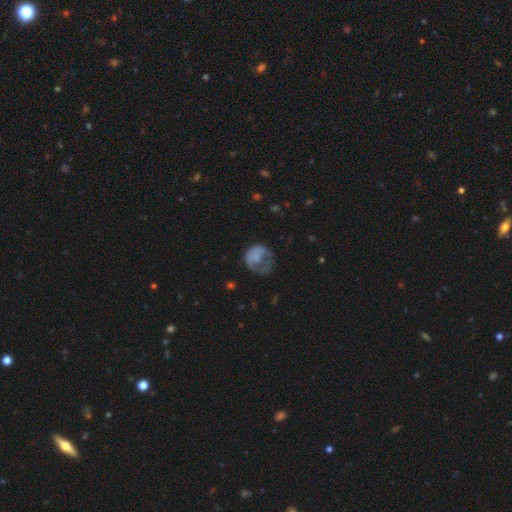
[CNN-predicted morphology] smooth-or-featured: smooth: 57% | featured or disk: 33% | star or artifact: 10%
  how-rounded: round: 70% | in between: 29% | cigar-shaped: 1%
  merging: major disturbance: 41% | none: 33% | minor disturbance: 24% | merger: 2%